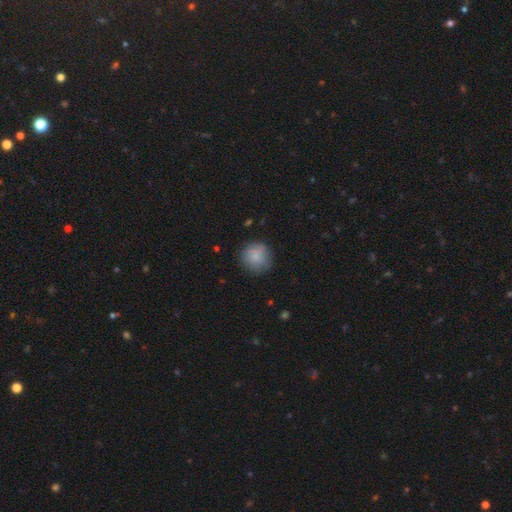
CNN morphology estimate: type=smooth (84%); roundness=round (93%); merging=none (81%).